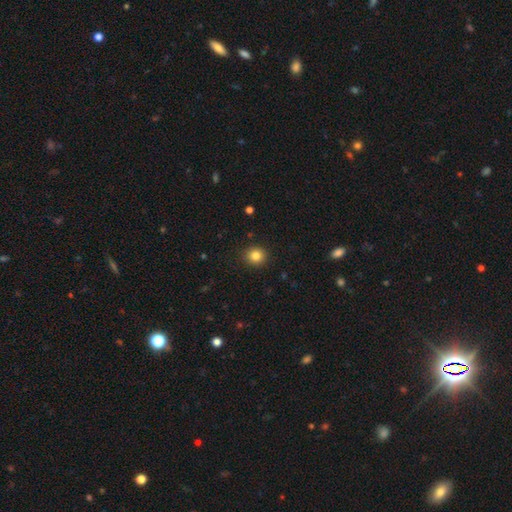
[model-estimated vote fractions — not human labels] Q: Smooth or featured?
A: smooth (83%); runner-up: star or artifact (11%)
Q: How rounded?
A: round (88%); runner-up: in between (11%)
Q: Merging?
A: none (91%); runner-up: minor disturbance (6%)